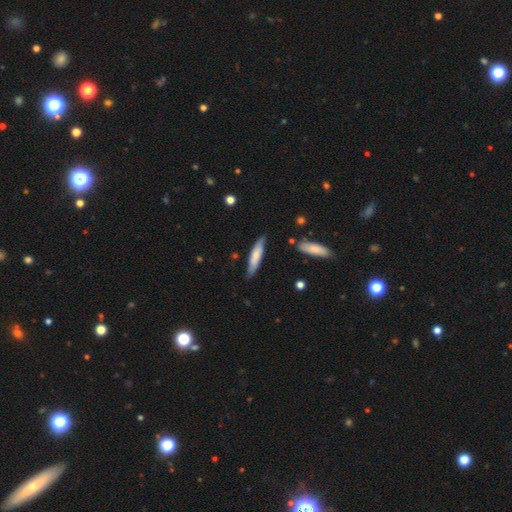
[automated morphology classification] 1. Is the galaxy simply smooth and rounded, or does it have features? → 68% smooth, 27% featured or disk, 5% star or artifact.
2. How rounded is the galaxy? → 85% cigar-shaped, 14% in between, 1% round.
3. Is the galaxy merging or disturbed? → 80% none, 16% minor disturbance, 2% major disturbance, 2% merger.